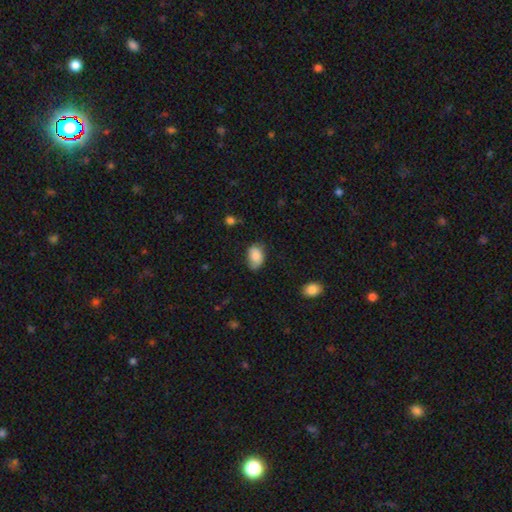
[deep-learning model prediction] A smooth galaxy with no disk features (86%) that is in between round and cigar-shaped (88%).

Vote fractions:
- Smooth or featured? smooth: 86% / star or artifact: 8% / featured or disk: 7%
- How rounded? in between: 88% / round: 11% / cigar-shaped: 1%
- Merging? none: 61% / minor disturbance: 31% / major disturbance: 6% / merger: 2%